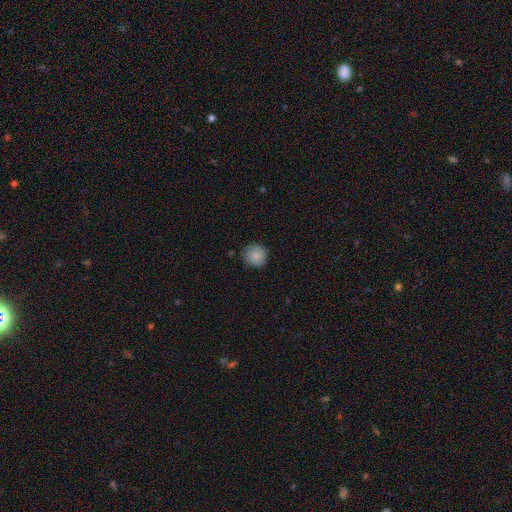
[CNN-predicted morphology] Smooth or featured? smooth (85%)
How rounded? round (92%)
Merging? none (84%)